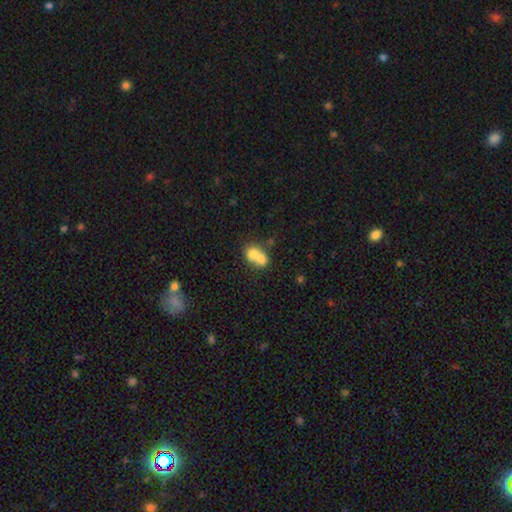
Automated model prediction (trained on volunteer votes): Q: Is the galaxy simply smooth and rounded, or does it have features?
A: smooth — 70%.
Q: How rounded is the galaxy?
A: in between — 50%.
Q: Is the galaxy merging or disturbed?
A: merger — 68%.